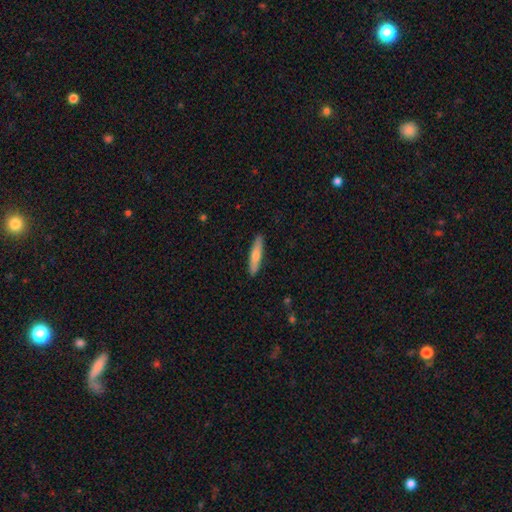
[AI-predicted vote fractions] Smooth or featured: smooth — 72% (featured or disk — 23%)
How rounded: cigar-shaped — 84% (in between — 14%)
Merging: none — 90% (minor disturbance — 7%)